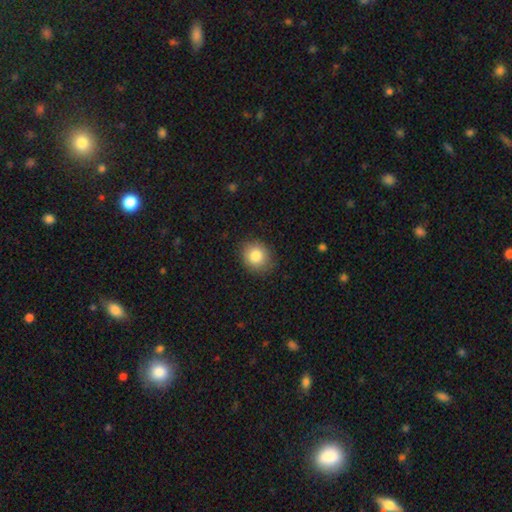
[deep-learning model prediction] This appears to be a smooth galaxy with no disk features (83%) that is round (78%). Merging: none (87%).